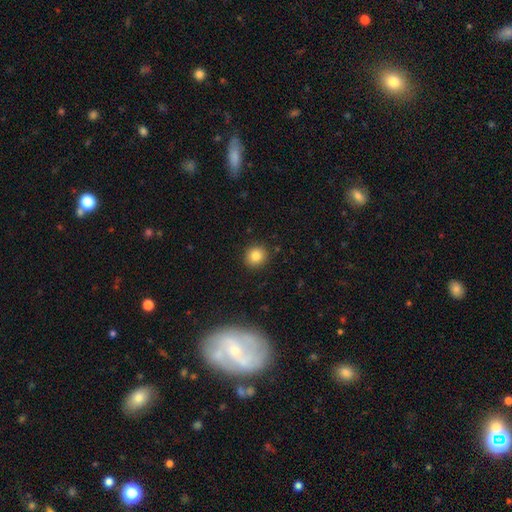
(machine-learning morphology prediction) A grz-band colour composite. It shows a smooth galaxy with no disk features (83%) that is round (89%). Merging: none (91%).